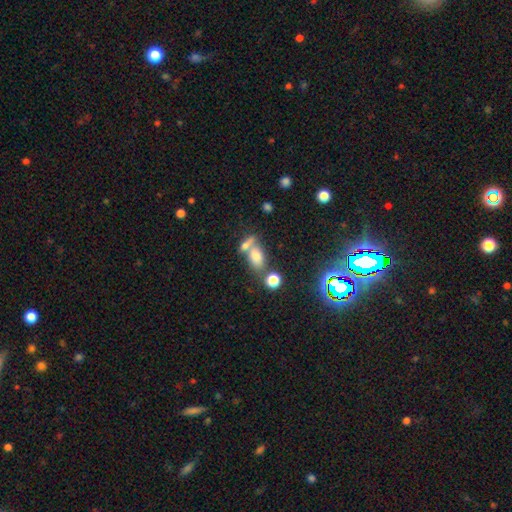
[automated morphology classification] smooth-or-featured: smooth: 70% | star or artifact: 17% | featured or disk: 14%
  how-rounded: in between: 77% | round: 14% | cigar-shaped: 9%
  merging: merger: 43% | none: 40% | minor disturbance: 10% | major disturbance: 6%